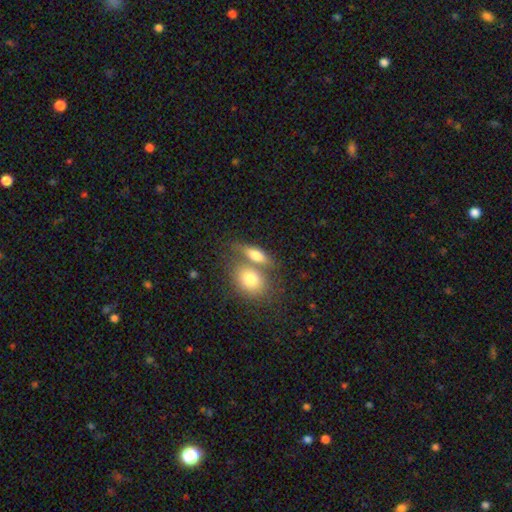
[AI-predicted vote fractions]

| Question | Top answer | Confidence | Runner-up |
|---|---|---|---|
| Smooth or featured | smooth | 72% | featured or disk (20%) |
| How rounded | in between | 71% | round (16%) |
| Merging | merger | 46% | none (39%) |